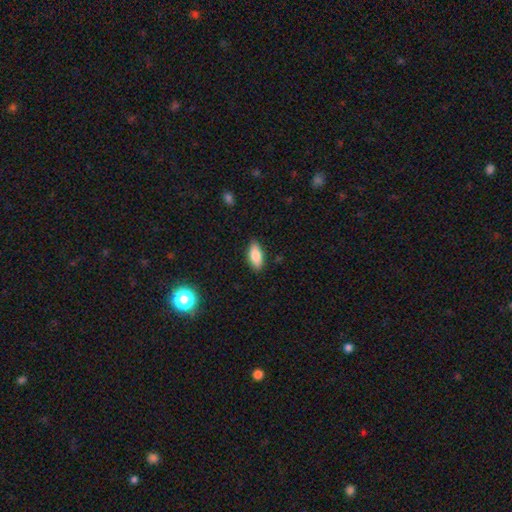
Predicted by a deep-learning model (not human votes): Smooth or featured? smooth (83%)
How rounded? in between (83%)
Merging? none (85%)